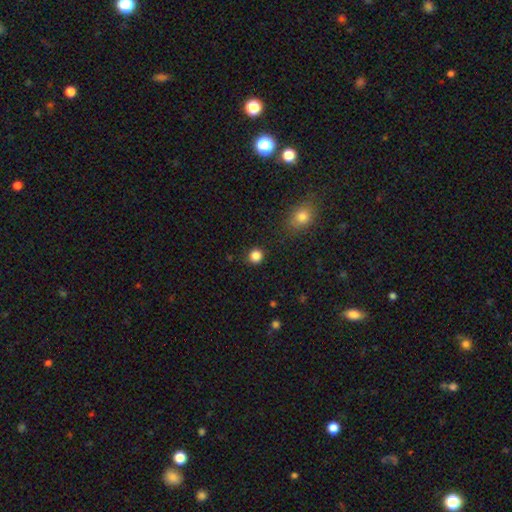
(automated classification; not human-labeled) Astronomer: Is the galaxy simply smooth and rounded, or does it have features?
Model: smooth — 85%.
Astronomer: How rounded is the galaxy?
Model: round — 91%.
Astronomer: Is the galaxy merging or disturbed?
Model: none — 90%.